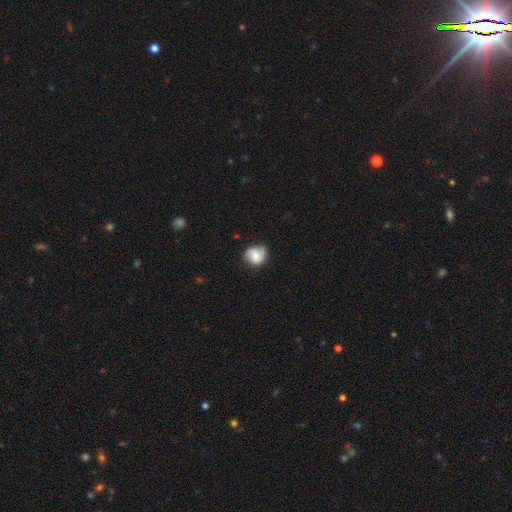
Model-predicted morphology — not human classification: Smooth or featured: smooth — 51% (featured or disk — 41%)
How rounded: round — 74% (in between — 25%)
Merging: none — 70% (minor disturbance — 22%)